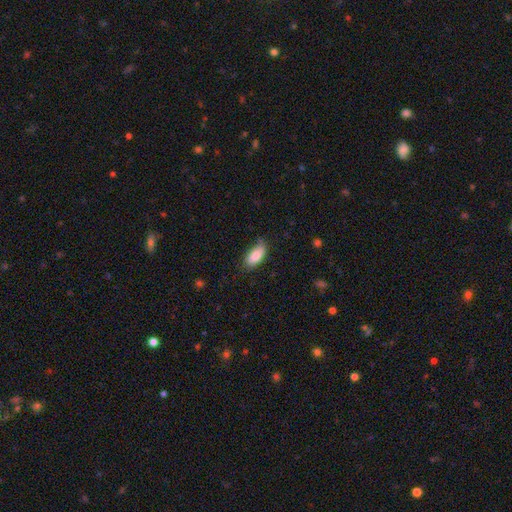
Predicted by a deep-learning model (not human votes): Smooth or featured?
  - smooth: 85% *
  - featured or disk: 8%
  - star or artifact: 6%
How rounded?
  - in between: 90% *
  - cigar-shaped: 8%
  - round: 2%
Merging?
  - none: 73% *
  - minor disturbance: 22%
  - major disturbance: 4%
  - merger: 1%